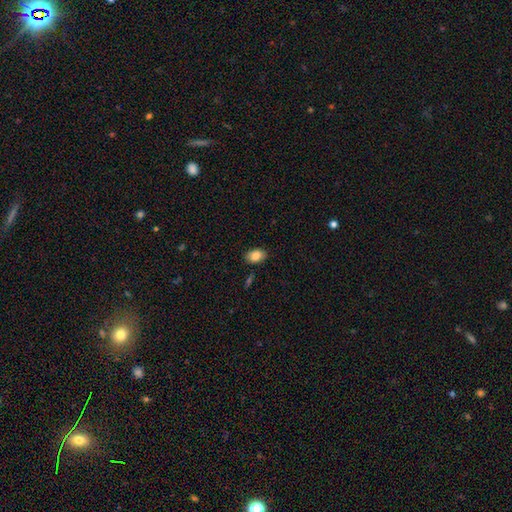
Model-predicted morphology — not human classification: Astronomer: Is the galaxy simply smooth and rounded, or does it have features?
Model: smooth — 84%.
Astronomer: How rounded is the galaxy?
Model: in between — 88%.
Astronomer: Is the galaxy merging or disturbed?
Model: none — 86%.